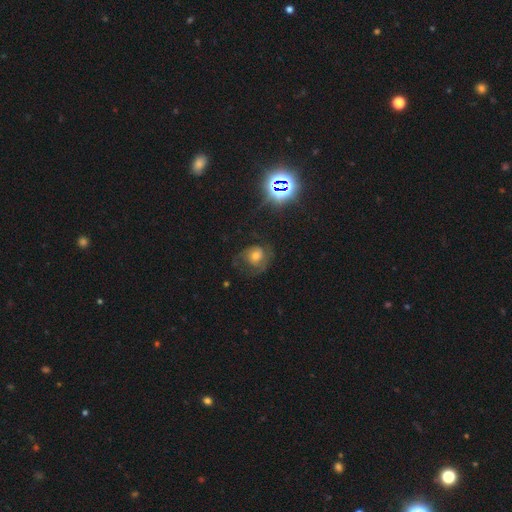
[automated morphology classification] Smooth or featured? Predicted: featured or disk (p=0.48). Merging? Predicted: none (p=0.53).